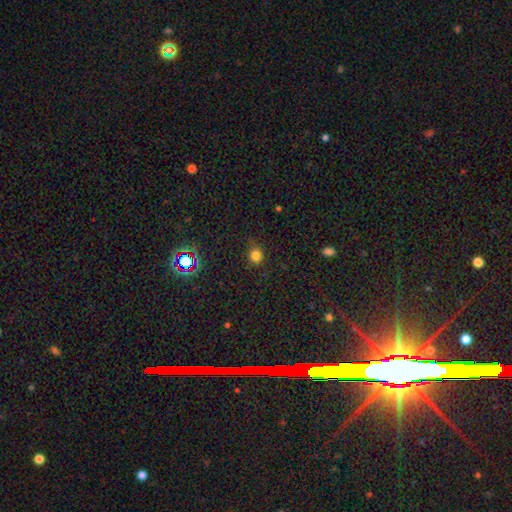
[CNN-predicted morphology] smooth-or-featured: smooth: 77% | star or artifact: 18% | featured or disk: 5%
  how-rounded: round: 87% | in between: 12% | cigar-shaped: 1%
  merging: none: 80% | minor disturbance: 14% | major disturbance: 4% | merger: 1%